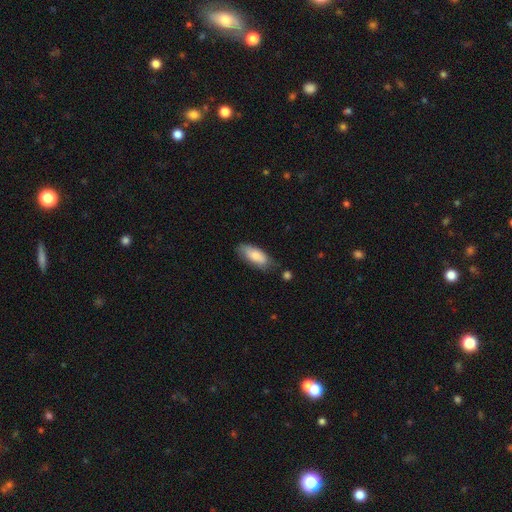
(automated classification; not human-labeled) Smooth or featured? Predicted: smooth (p=0.81). How rounded? Predicted: in between (p=0.81). Merging? Predicted: none (p=0.69).